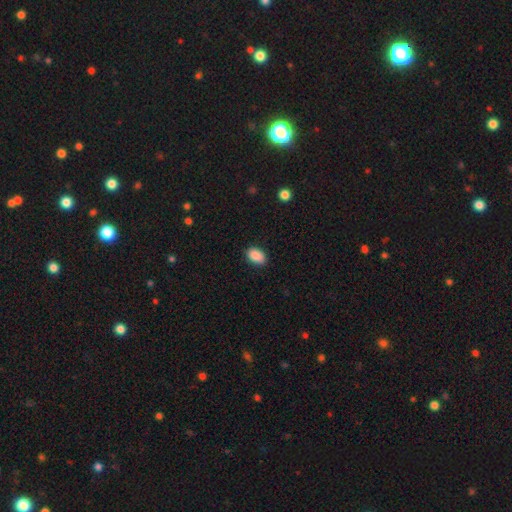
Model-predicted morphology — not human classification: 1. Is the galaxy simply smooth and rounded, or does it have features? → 89% smooth, 8% star or artifact, 3% featured or disk.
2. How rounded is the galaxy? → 87% in between, 11% round, 1% cigar-shaped.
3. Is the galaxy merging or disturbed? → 86% none, 11% minor disturbance, 2% major disturbance, 1% merger.